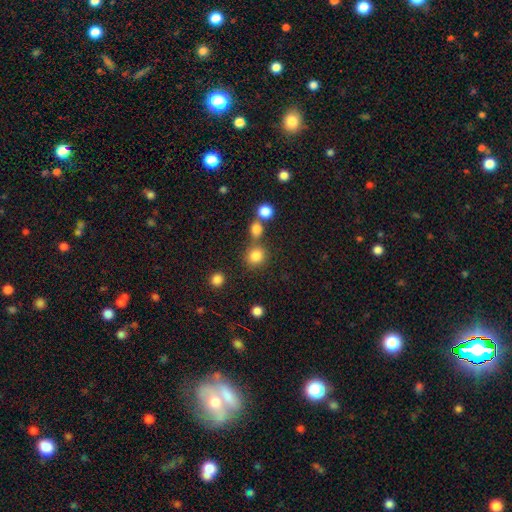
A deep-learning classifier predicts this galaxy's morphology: The model was most divided on "merging": none: 69%, merger: 18%, minor disturbance: 8%, major disturbance: 4%. More confident: how rounded — round (87%); smooth or featured — smooth (81%).